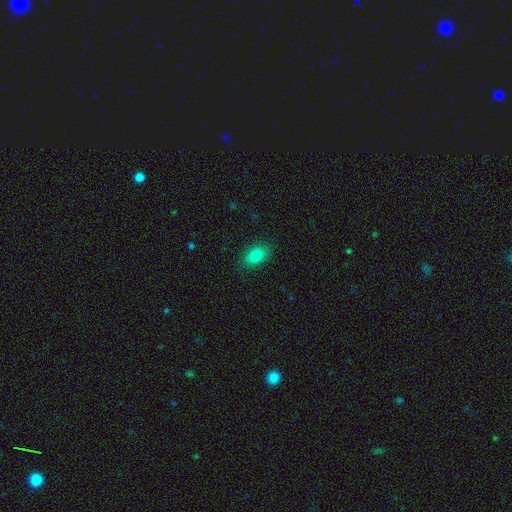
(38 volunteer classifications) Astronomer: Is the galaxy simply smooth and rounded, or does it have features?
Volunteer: smooth — 95%.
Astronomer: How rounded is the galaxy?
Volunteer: in between — 89%.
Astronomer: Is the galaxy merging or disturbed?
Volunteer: none — 95%.